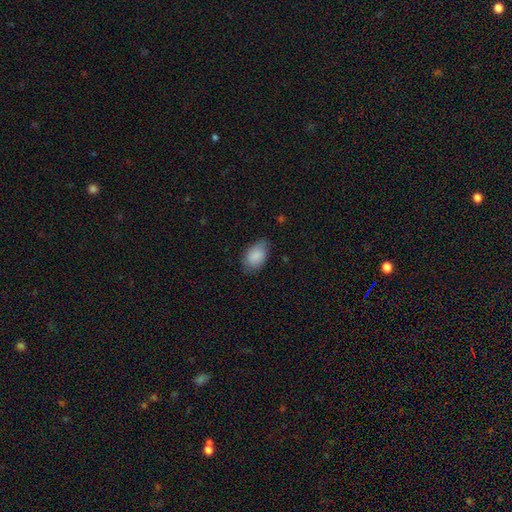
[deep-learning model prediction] Smooth or featured?
  - smooth: 87% *
  - star or artifact: 6%
  - featured or disk: 6%
How rounded?
  - in between: 91% *
  - round: 8%
  - cigar-shaped: 1%
Merging?
  - none: 69% *
  - minor disturbance: 25%
  - major disturbance: 5%
  - merger: 1%